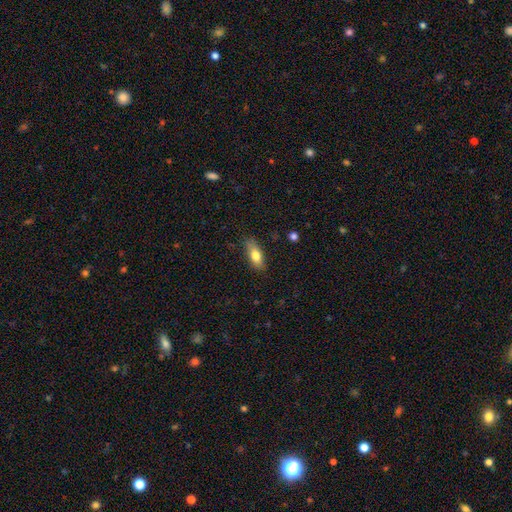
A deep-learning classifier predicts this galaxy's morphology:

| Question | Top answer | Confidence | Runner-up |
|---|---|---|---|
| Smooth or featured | smooth | 72% | featured or disk (21%) |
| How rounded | in between | 68% | cigar-shaped (28%) |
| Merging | none | 79% | minor disturbance (16%) |